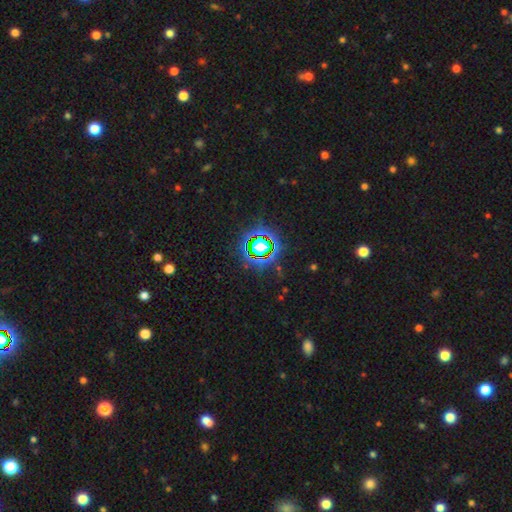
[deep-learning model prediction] This is likely a star or artifact rather than a galaxy (71%).